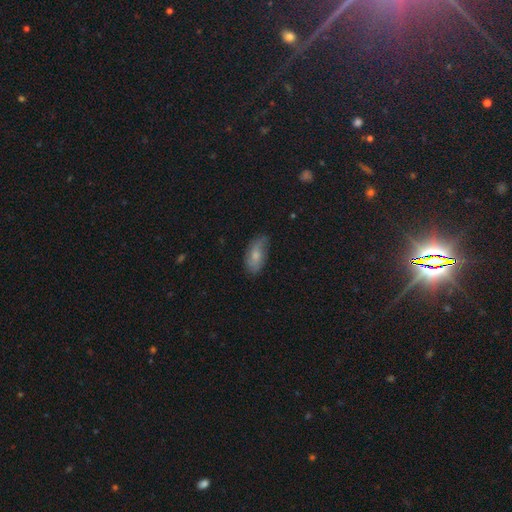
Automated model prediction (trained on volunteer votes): A smooth galaxy with no disk features (59%) that is in between round and cigar-shaped (90%).

Vote fractions:
- Smooth or featured? smooth: 59% / featured or disk: 33% / star or artifact: 8%
- How rounded? in between: 90% / cigar-shaped: 7% / round: 4%
- Merging? none: 67% / minor disturbance: 25% / major disturbance: 6% / merger: 2%